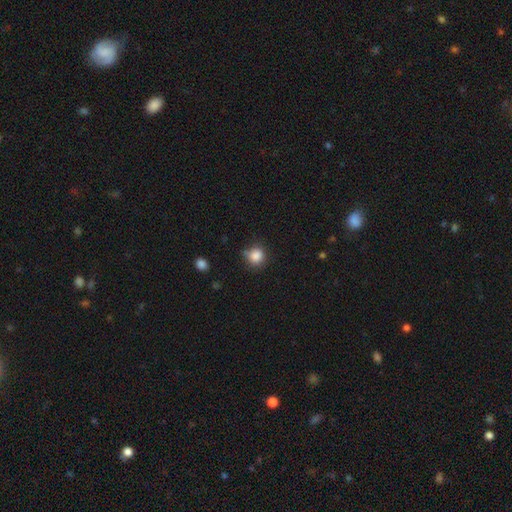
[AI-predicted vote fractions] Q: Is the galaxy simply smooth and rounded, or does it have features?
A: smooth — 85%.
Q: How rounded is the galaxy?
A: round — 86%.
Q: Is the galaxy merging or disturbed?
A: none — 72%.